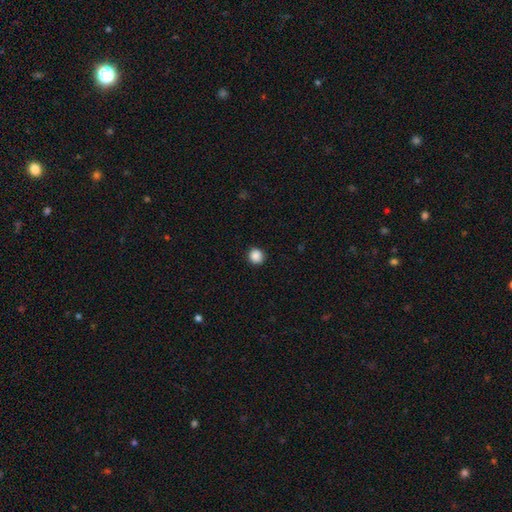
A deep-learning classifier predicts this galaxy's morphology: This is clearly a smooth galaxy (88%). How rounded: clearly round (91%). Merging: clearly none (91%).